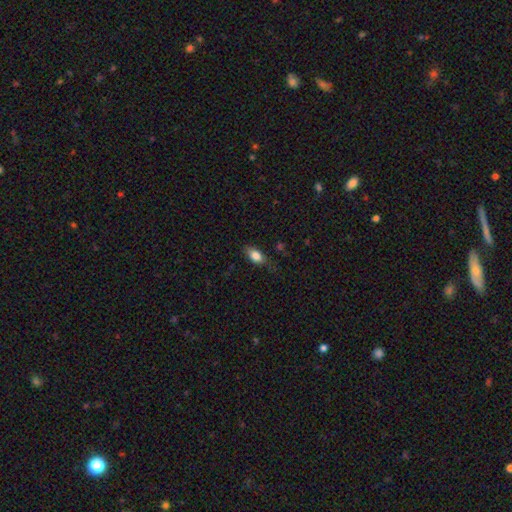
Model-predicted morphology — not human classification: Q: Smooth or featured?
A: smooth (82%); runner-up: featured or disk (10%)
Q: How rounded?
A: in between (85%); runner-up: round (7%)
Q: Merging?
A: none (68%); runner-up: minor disturbance (23%)